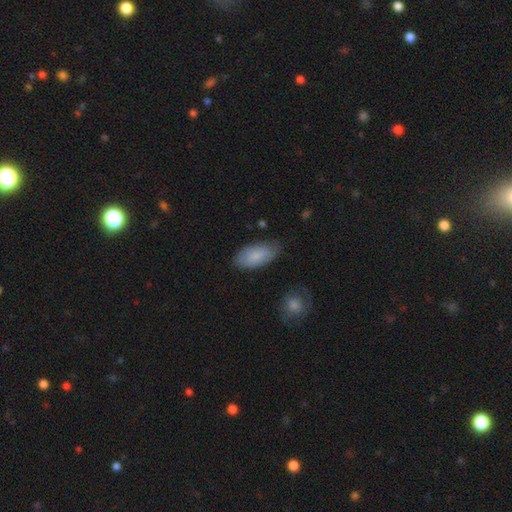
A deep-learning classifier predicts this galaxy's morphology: The model was most divided on "merging": none: 73%, minor disturbance: 20%, major disturbance: 4%, merger: 2%. More confident: how rounded — in between (93%); smooth or featured — smooth (80%).